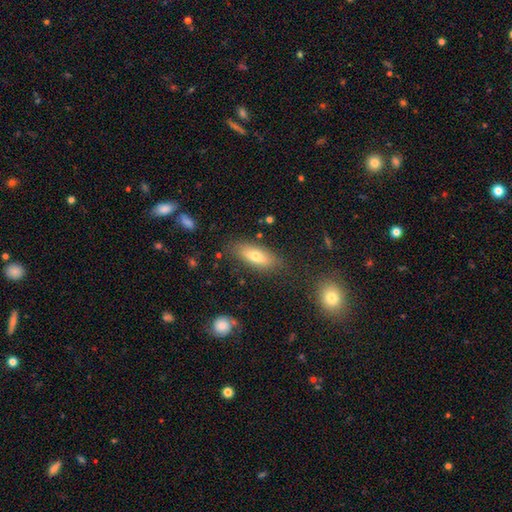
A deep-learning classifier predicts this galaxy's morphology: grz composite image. It shows a smooth galaxy with no disk features (70%) that is in between round and cigar-shaped (72%). Merging: none (80%).